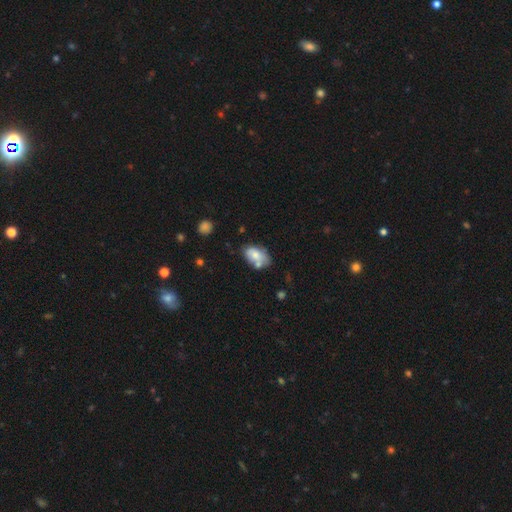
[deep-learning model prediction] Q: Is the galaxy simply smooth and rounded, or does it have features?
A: smooth — 72%.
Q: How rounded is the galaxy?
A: in between — 90%.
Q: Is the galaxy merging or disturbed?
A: none — 49%.